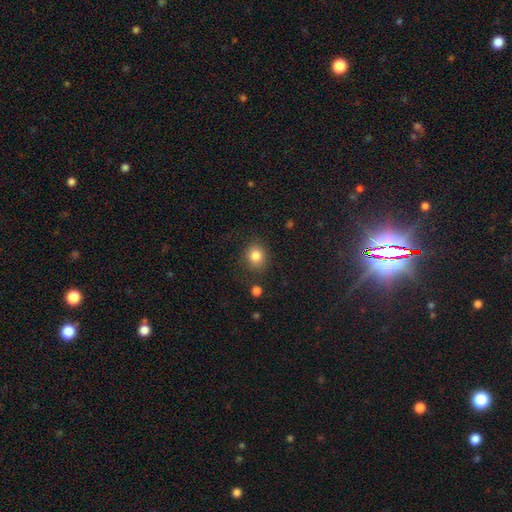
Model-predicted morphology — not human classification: smooth_or_featured: smooth (p=0.83) [alt: star or artifact p=0.11]
how_rounded: round (p=0.81) [alt: in between p=0.19]
merging: none (p=0.84) [alt: minor disturbance p=0.10]